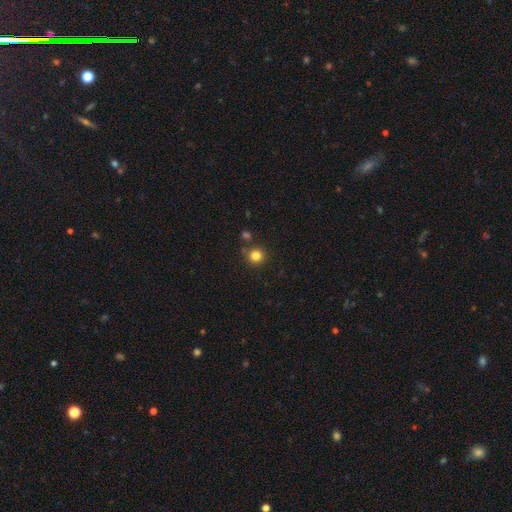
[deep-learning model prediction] The model was most divided on "smooth or featured": smooth: 82%, star or artifact: 12%, featured or disk: 5%. More confident: how rounded — round (93%); merging — none (82%).